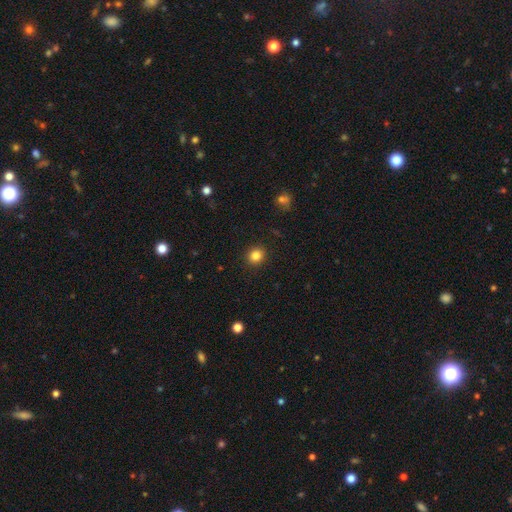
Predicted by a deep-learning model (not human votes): smooth 84%, star or artifact 12%, featured or disk 5%. Down the decision tree: how rounded — round (87%); merging — none (92%).